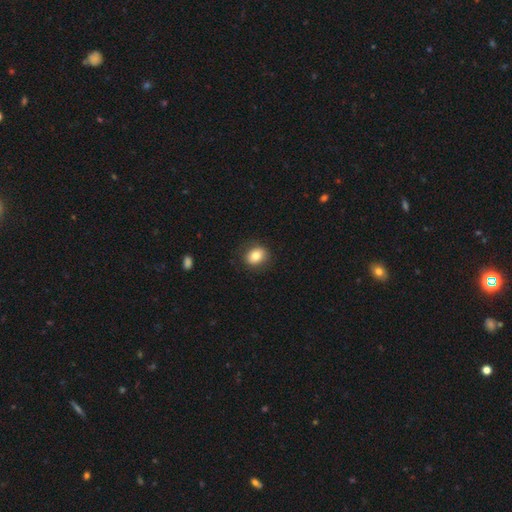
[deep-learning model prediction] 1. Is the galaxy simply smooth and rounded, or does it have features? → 81% smooth, 10% featured or disk, 9% star or artifact.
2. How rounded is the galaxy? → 57% round, 42% in between, 1% cigar-shaped.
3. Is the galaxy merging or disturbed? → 86% none, 10% minor disturbance, 3% major disturbance, 1% merger.